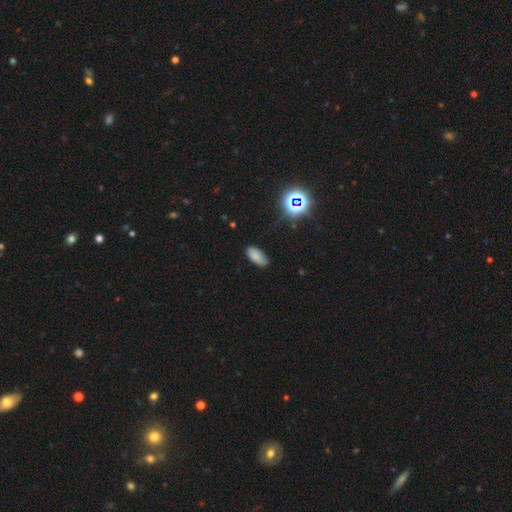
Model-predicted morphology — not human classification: A smooth galaxy with no disk features (77%) that is in between round and cigar-shaped (93%). Merging: none (74%).